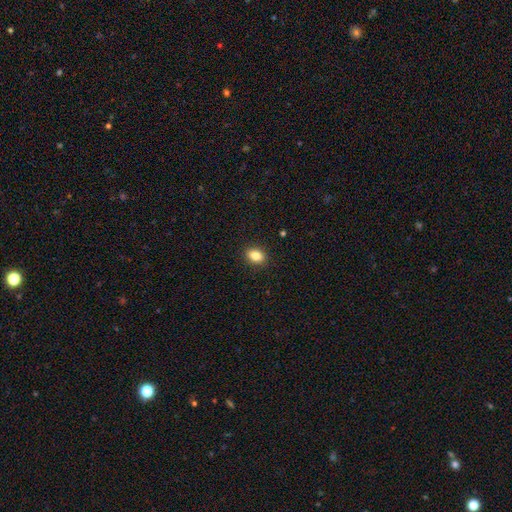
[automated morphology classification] The model was most divided on "how rounded": in between: 66%, round: 33%, cigar-shaped: 1%. More confident: merging — none (90%); smooth or featured — smooth (83%).